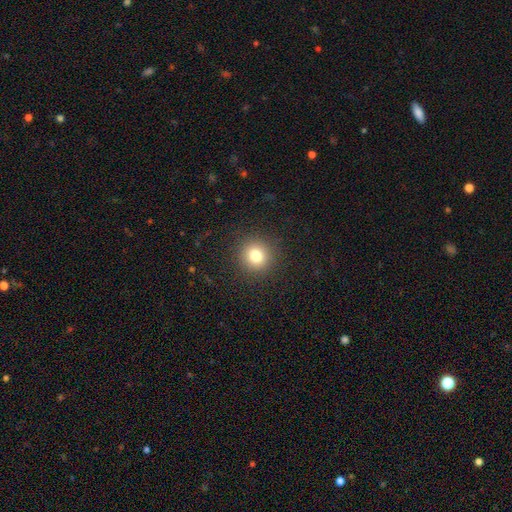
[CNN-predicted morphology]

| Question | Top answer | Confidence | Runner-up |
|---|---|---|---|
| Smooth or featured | smooth | 81% | star or artifact (12%) |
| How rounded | round | 93% | in between (6%) |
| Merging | none | 91% | minor disturbance (6%) |